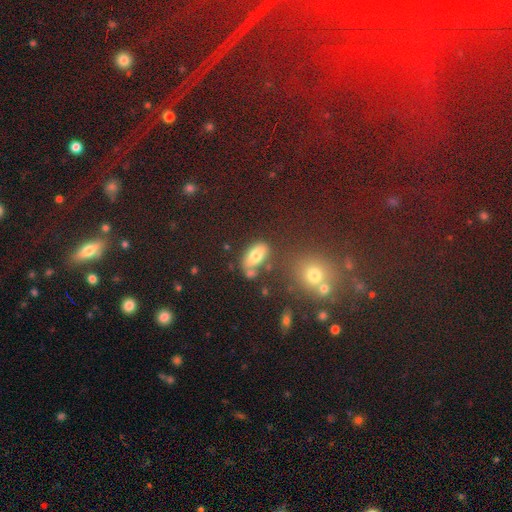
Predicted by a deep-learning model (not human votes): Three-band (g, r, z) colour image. It shows a smooth galaxy with no disk features (71%) that is in between round and cigar-shaped (85%). Merging: none (66%).